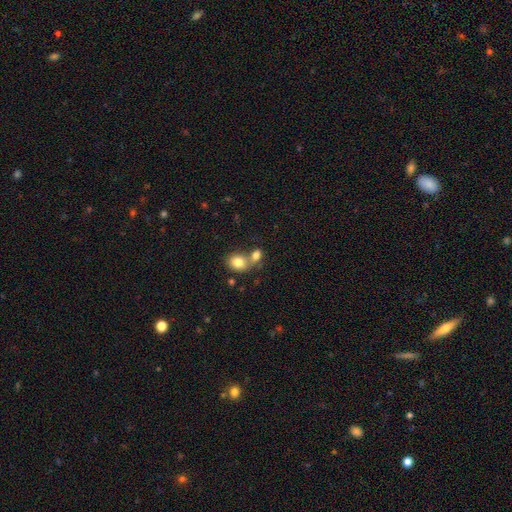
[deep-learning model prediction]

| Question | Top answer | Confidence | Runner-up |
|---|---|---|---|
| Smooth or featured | smooth | 80% | featured or disk (11%) |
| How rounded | in between | 55% | round (43%) |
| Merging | merger | 56% | none (31%) |